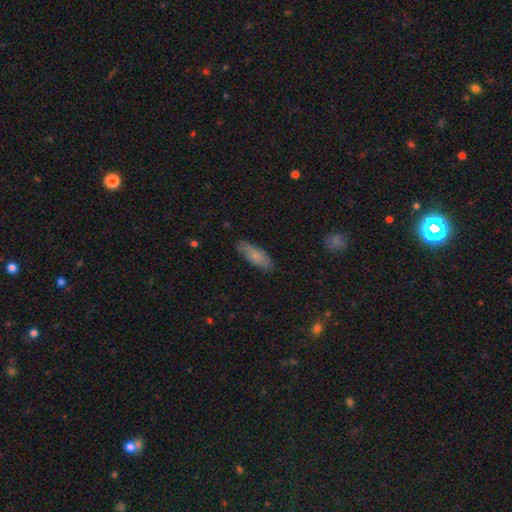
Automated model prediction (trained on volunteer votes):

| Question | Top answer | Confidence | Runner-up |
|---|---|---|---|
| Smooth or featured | smooth | 76% | featured or disk (18%) |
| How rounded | in between | 59% | cigar-shaped (39%) |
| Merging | none | 84% | minor disturbance (13%) |